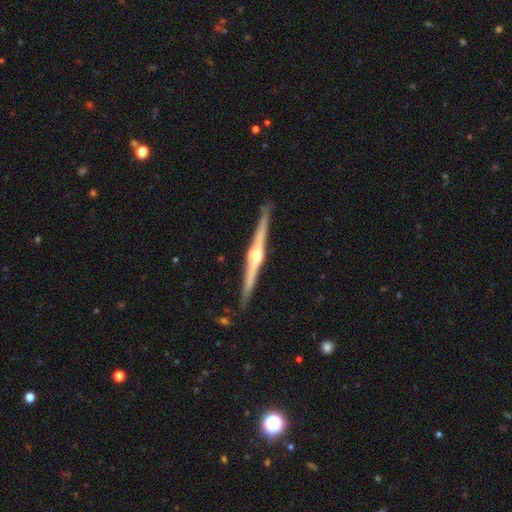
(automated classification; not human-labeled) Q: Smooth or featured?
A: featured or disk (85%); runner-up: smooth (11%)
Q: Edge-on disk?
A: yes (99%); runner-up: no (1%)
Q: Edge-on bulge?
A: rounded (91%); runner-up: boxy (5%)
Q: Merging?
A: none (91%); runner-up: minor disturbance (7%)